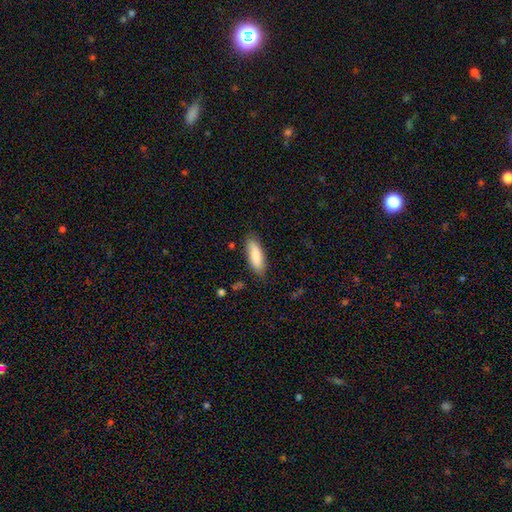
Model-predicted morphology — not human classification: type=smooth (84%); roundness=in between (60%); merging=none (81%).